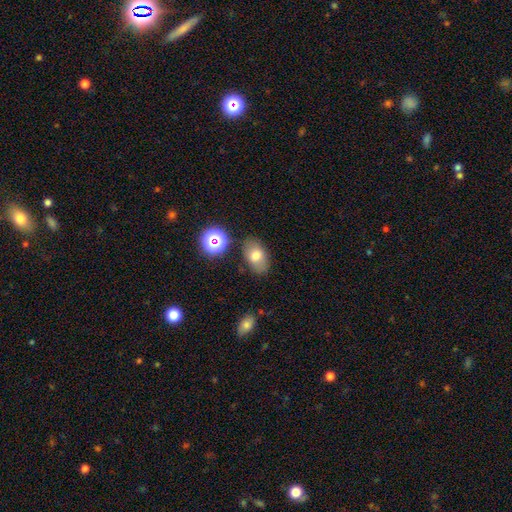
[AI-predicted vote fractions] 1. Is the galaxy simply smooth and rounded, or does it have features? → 73% smooth, 15% featured or disk, 12% star or artifact.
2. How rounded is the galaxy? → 86% in between, 12% round, 1% cigar-shaped.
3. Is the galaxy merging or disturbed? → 79% none, 13% minor disturbance, 4% merger, 4% major disturbance.